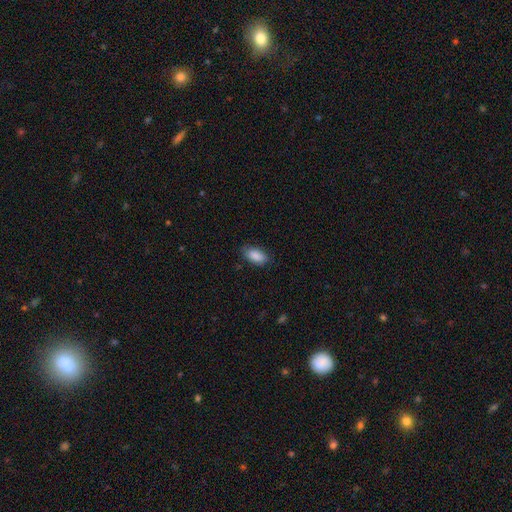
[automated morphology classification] smooth_or_featured: smooth (p=0.89) [alt: star or artifact p=0.07]
how_rounded: in between (p=0.92) [alt: cigar-shaped p=0.04]
merging: none (p=0.80) [alt: minor disturbance p=0.16]